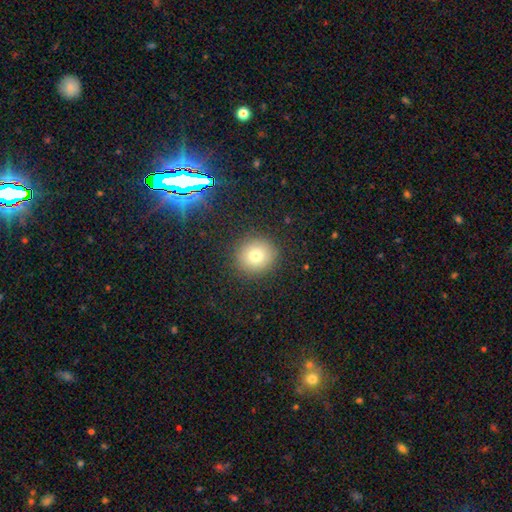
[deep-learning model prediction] Smooth or featured: smooth — 76% (star or artifact — 14%)
How rounded: round — 90% (in between — 9%)
Merging: none — 89% (minor disturbance — 7%)